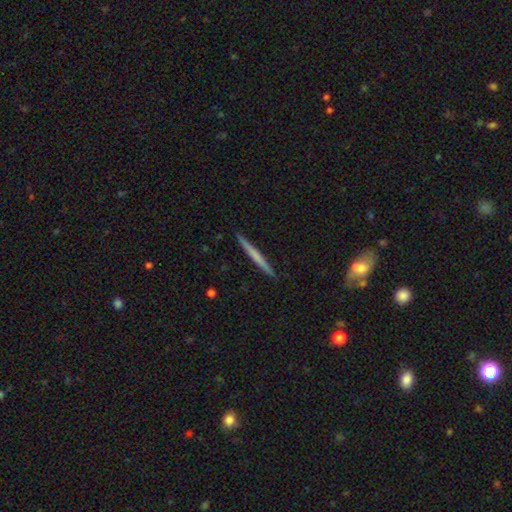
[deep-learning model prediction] A smooth galaxy with no disk features (51%) that is cigar-shaped (97%).

Vote fractions:
- Smooth or featured? smooth: 51% / featured or disk: 44% / star or artifact: 5%
- How rounded? cigar-shaped: 97% / in between: 2% / round: 1%
- Merging? none: 92% / minor disturbance: 6% / major disturbance: 1% / merger: 1%